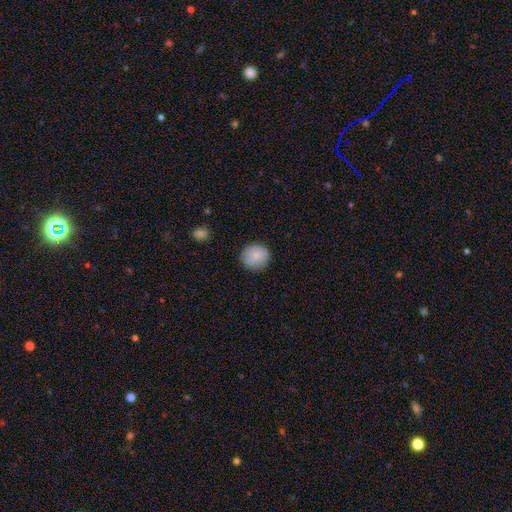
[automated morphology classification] The model was most divided on "smooth or featured": smooth: 81%, featured or disk: 11%, star or artifact: 8%. More confident: how rounded — round (90%); merging — none (85%).